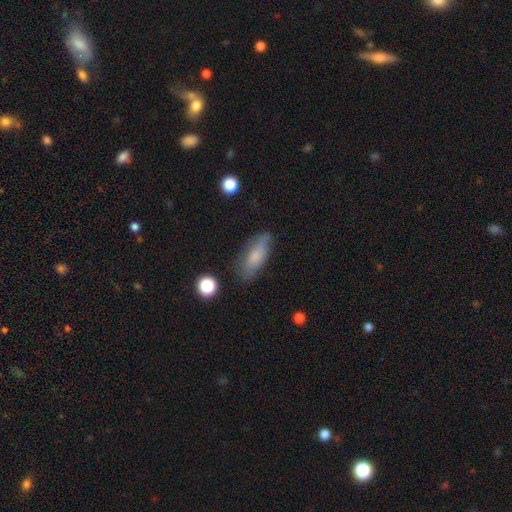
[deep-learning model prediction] Q: Smooth or featured?
A: smooth (71%); runner-up: featured or disk (21%)
Q: How rounded?
A: in between (73%); runner-up: cigar-shaped (24%)
Q: Merging?
A: none (71%); runner-up: minor disturbance (22%)